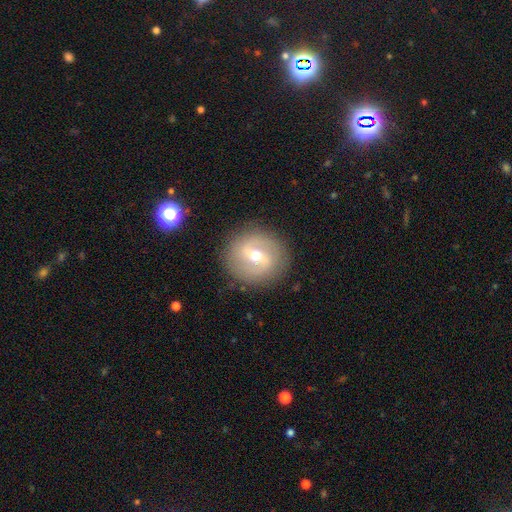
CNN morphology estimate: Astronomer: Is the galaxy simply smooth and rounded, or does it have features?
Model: featured or disk — 72%.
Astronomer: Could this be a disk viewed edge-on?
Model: no — 96%.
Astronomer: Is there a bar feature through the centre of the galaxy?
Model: weak — 50% (runner-up: strong, 29%).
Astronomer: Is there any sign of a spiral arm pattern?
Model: yes — 82%.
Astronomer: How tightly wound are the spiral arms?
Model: medium — 44% (runner-up: loose, 31%).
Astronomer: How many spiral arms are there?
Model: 2 — 87%.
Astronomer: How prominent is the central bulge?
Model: moderate — 60% (runner-up: small, 36%).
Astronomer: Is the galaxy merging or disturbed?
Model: none — 87%.